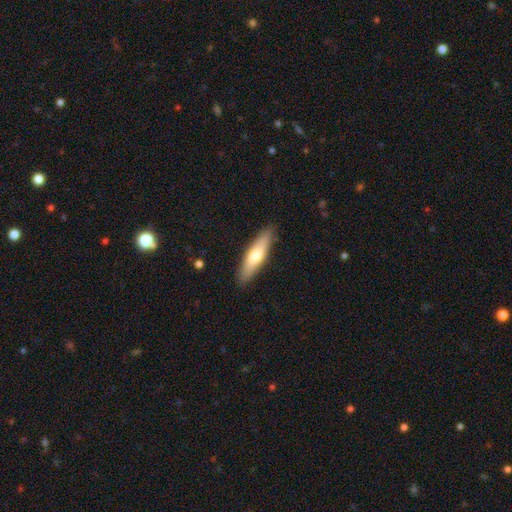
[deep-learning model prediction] A smooth galaxy with no disk features (62%) that is cigar-shaped (72%).

Vote fractions:
- Smooth or featured? smooth: 62% / featured or disk: 32% / star or artifact: 6%
- How rounded? cigar-shaped: 72% / in between: 27% / round: 2%
- Merging? none: 88% / minor disturbance: 9% / major disturbance: 2% / merger: 1%